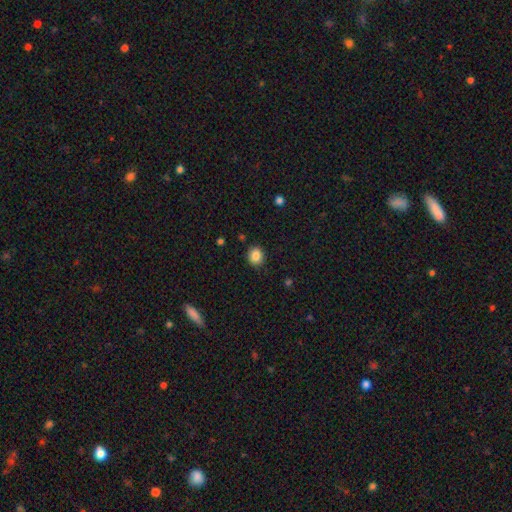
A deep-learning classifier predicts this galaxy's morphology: Smooth or featured: smooth — 86% (star or artifact — 10%)
How rounded: round — 75% (in between — 25%)
Merging: none — 89% (minor disturbance — 8%)